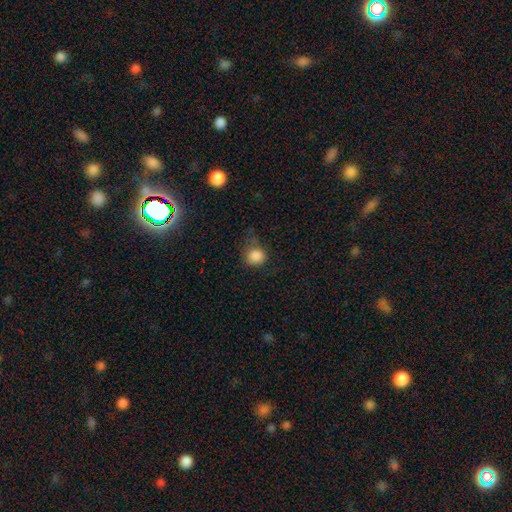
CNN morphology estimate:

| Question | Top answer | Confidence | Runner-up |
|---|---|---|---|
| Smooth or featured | smooth | 85% | star or artifact (11%) |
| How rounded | round | 85% | in between (14%) |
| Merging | none | 62% | minor disturbance (25%) |